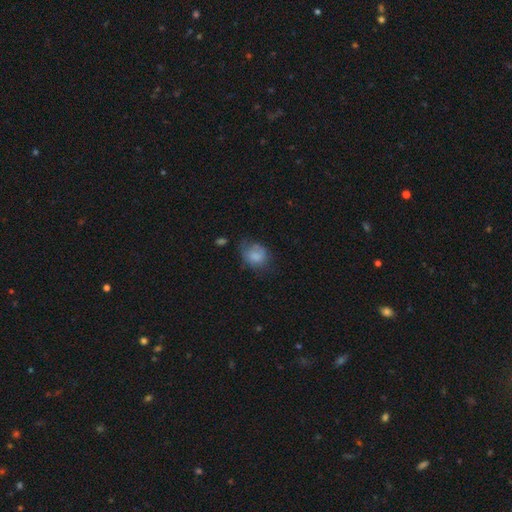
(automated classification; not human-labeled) This is likely a smooth galaxy (76%). How rounded: possibly in between (50%). Merging: marginally none (43%).